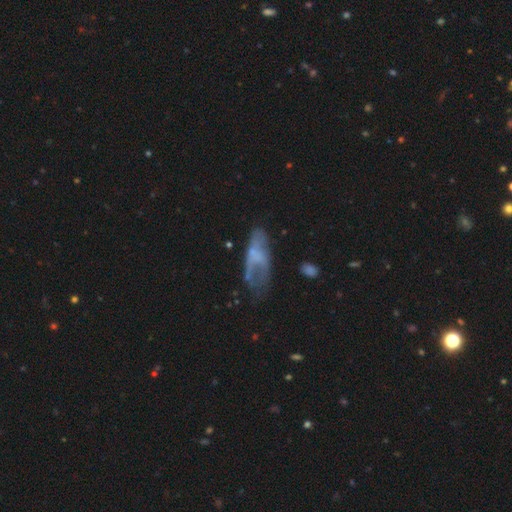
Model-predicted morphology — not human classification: A featured or disk galaxy (49%). Merging: none (35%).